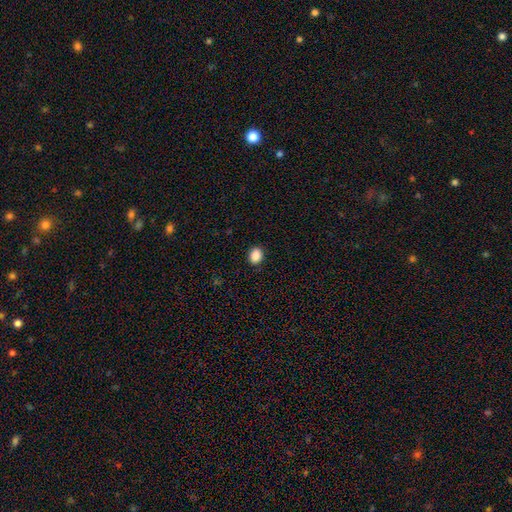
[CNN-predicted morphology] A smooth galaxy with no disk features (89%) that is in between round and cigar-shaped (54%).

Vote fractions:
- Smooth or featured? smooth: 89% / star or artifact: 9% / featured or disk: 2%
- How rounded? in between: 54% / round: 45% / cigar-shaped: 1%
- Merging? none: 90% / minor disturbance: 7% / major disturbance: 2% / merger: 1%